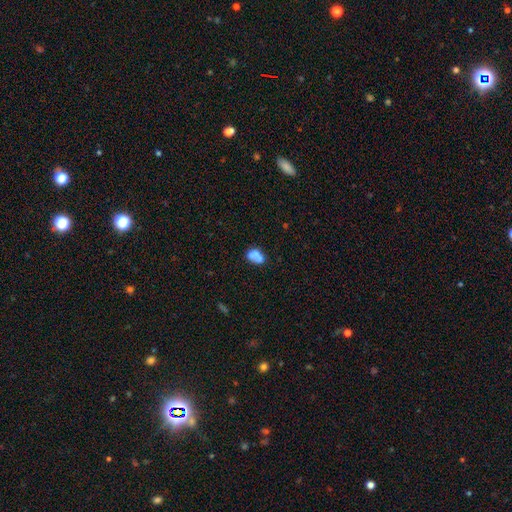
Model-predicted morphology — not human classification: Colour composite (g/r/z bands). It shows a smooth galaxy with no disk features (70%) that is in between round and cigar-shaped (77%). Merging: none (42%).